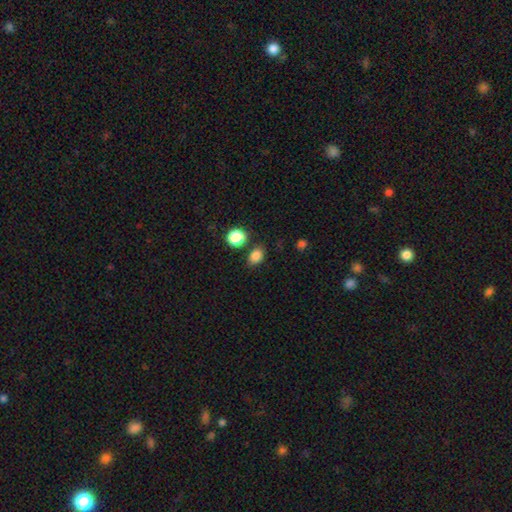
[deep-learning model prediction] smooth_or_featured: smooth (p=0.84) [alt: star or artifact p=0.11]
how_rounded: in between (p=0.64) [alt: round p=0.35]
merging: none (p=0.76) [alt: minor disturbance p=0.13]